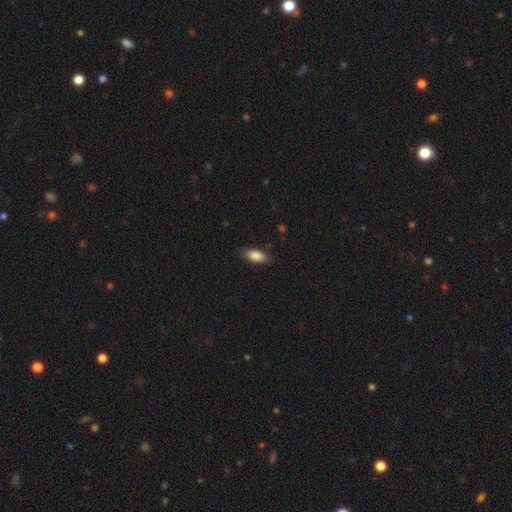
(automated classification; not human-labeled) Overall: smooth (86%). How rounded: in between (87%). Merging: none (84%).